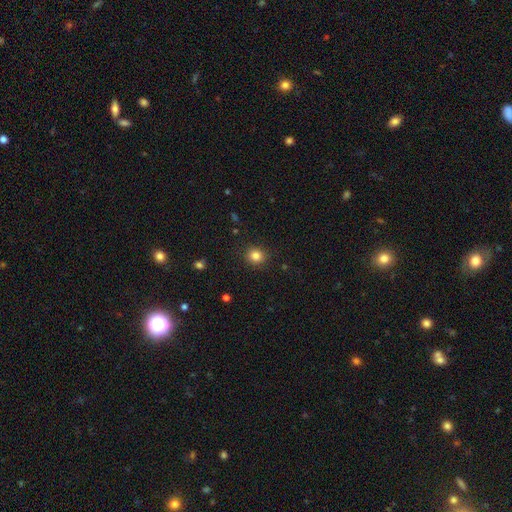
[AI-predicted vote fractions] This appears to be a smooth galaxy with no disk features (84%) that is round (85%). Merging: none (89%).